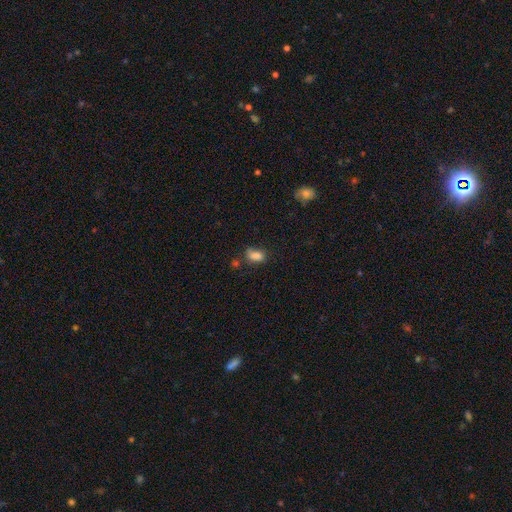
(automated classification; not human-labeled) Smooth or featured? smooth (83%)
How rounded? in between (83%)
Merging? none (54%)